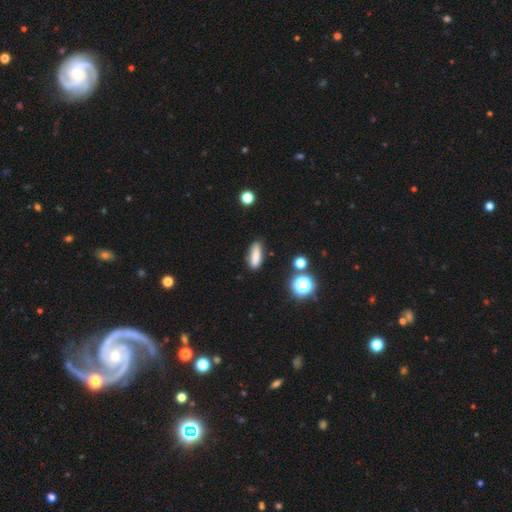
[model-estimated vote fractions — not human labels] smooth 79%, featured or disk 11%, star or artifact 10%. Down the decision tree: how rounded — in between (51%); merging — none (79%).